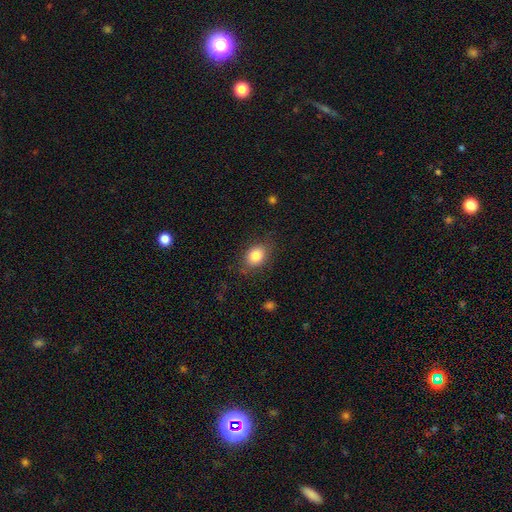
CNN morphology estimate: This is clearly a smooth galaxy (83%). How rounded: likely in between (67%). Merging: likely none (78%).